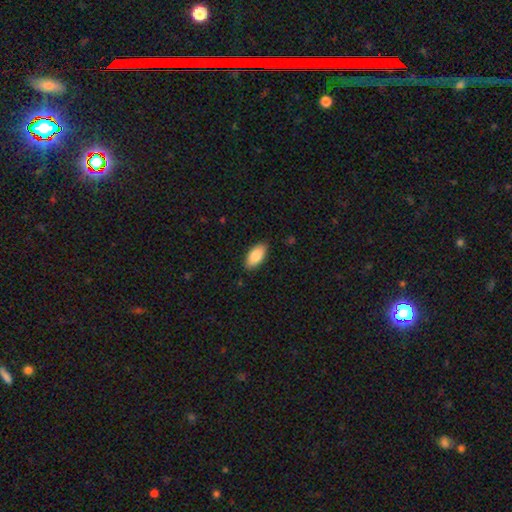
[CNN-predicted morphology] Overall: smooth (86%). How rounded: in between (92%). Merging: none (87%).